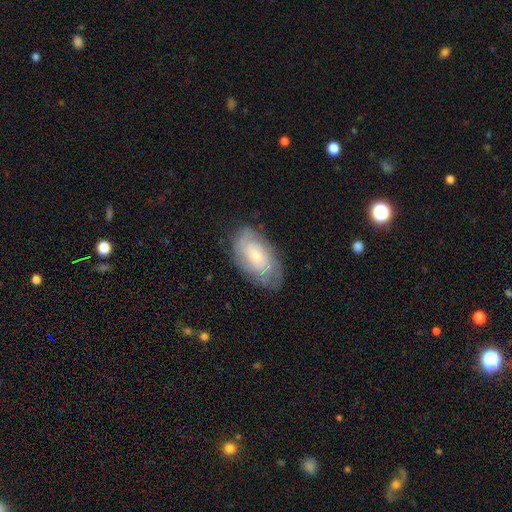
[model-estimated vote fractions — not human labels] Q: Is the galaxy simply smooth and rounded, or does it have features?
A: featured or disk — 66%.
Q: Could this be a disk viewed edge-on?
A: no — 95%.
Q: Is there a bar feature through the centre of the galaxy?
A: no — 75%.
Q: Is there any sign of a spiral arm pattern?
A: yes — 88%.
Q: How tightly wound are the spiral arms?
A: tight — 66%.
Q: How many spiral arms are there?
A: can't tell — 52%.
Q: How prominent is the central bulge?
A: small — 63%.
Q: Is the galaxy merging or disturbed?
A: none — 75%.